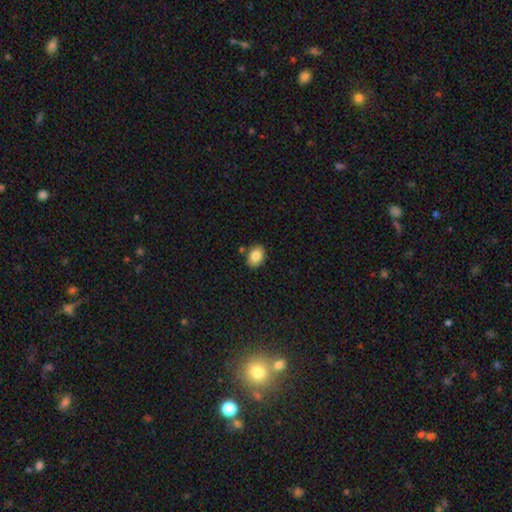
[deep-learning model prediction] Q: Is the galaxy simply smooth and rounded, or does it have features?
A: smooth — 85%.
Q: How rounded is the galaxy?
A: in between — 71%.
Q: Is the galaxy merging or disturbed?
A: none — 82%.